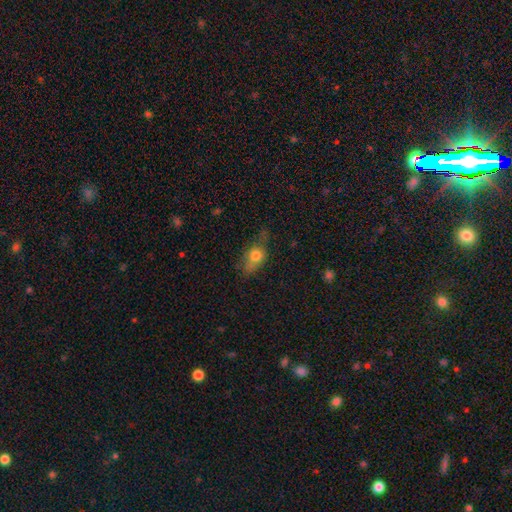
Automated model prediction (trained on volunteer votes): Smooth or featured? smooth (70%)
How rounded? in between (69%)
Merging? none (46%)